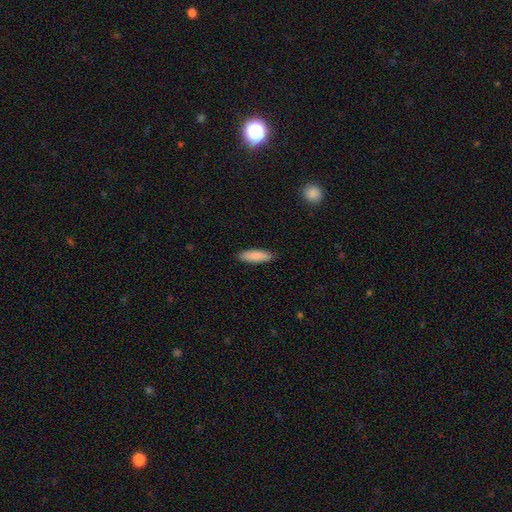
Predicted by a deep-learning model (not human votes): Smooth or featured: smooth — 88% (featured or disk — 6%)
How rounded: in between — 50% (cigar-shaped — 49%)
Merging: none — 88% (minor disturbance — 9%)